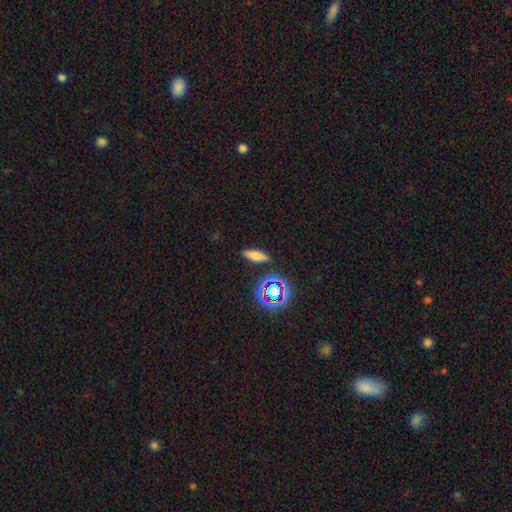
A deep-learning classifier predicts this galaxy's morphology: A smooth galaxy with no disk features (68%) that is cigar-shaped (54%). Merging: none (86%).